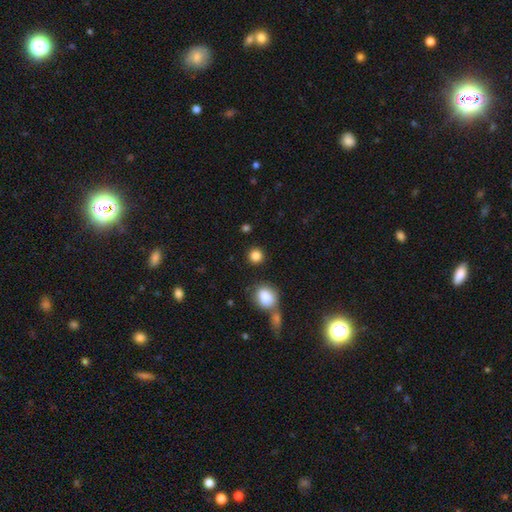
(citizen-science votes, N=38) Morphology: type=smooth (89%); roundness=round (94%); merging=none (97%).